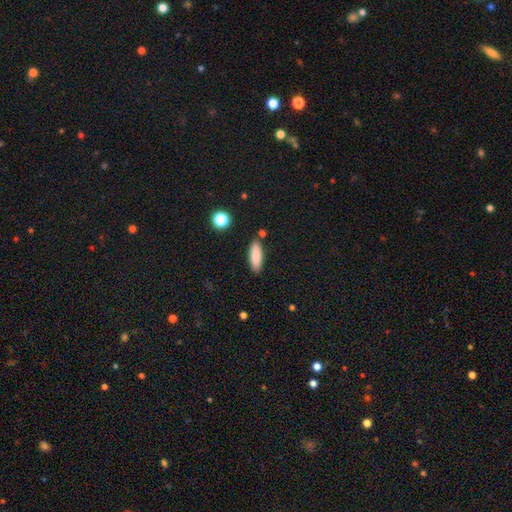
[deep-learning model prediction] Smooth or featured? Predicted: smooth (p=0.86). How rounded? Predicted: in between (p=0.57). Merging? Predicted: none (p=0.85).